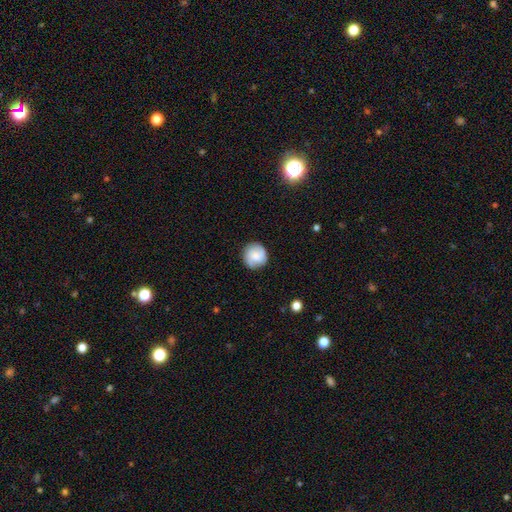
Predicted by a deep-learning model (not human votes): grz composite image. It shows a smooth galaxy with no disk features (61%) that is round (92%). Merging: none (83%).